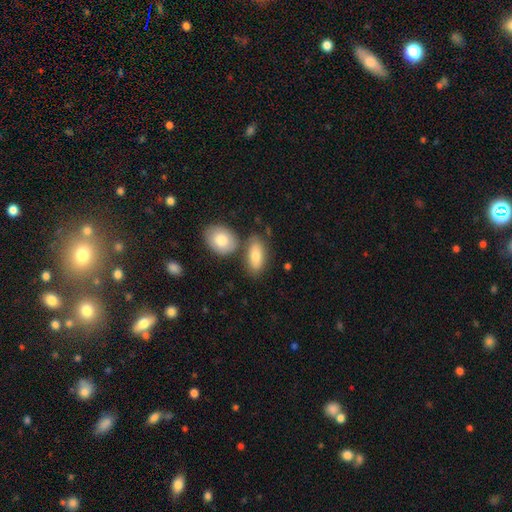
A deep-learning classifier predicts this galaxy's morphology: smooth-or-featured: smooth: 77% | featured or disk: 17% | star or artifact: 6%
  how-rounded: in between: 88% | cigar-shaped: 7% | round: 5%
  merging: none: 59% | merger: 22% | minor disturbance: 15% | major disturbance: 4%